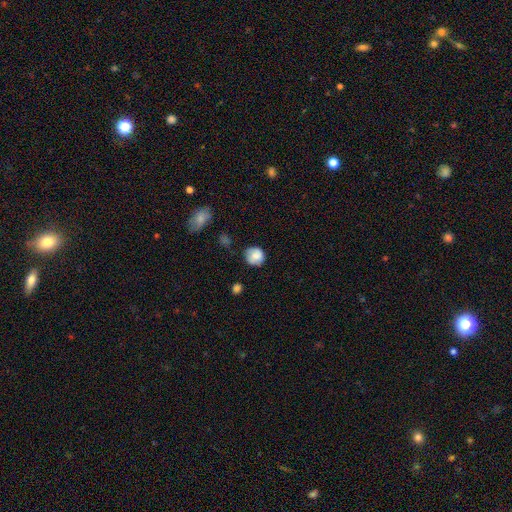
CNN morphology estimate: smooth_or_featured: smooth (p=0.79) [alt: featured or disk p=0.13]
how_rounded: round (p=0.85) [alt: in between p=0.14]
merging: none (p=0.71) [alt: minor disturbance p=0.22]